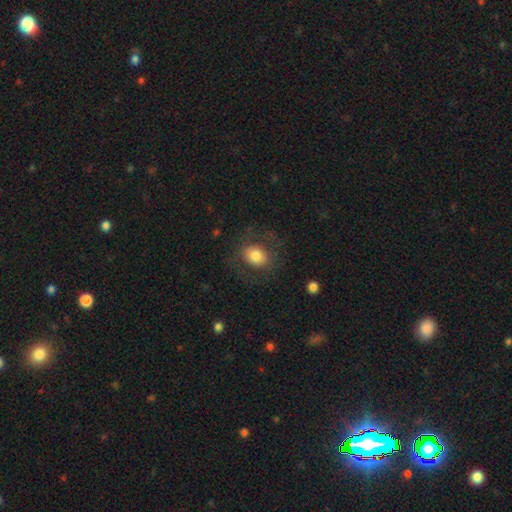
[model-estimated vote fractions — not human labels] Smooth or featured: smooth — 72% (featured or disk — 19%)
How rounded: round — 52% (in between — 47%)
Merging: none — 70% (minor disturbance — 15%)